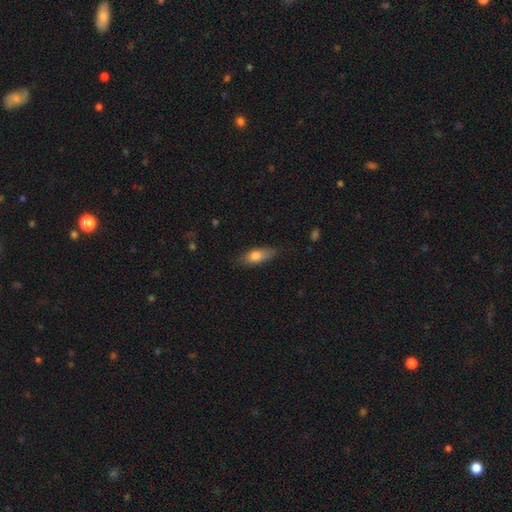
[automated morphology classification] type=smooth (76%); roundness=in between (72%); merging=none (76%).